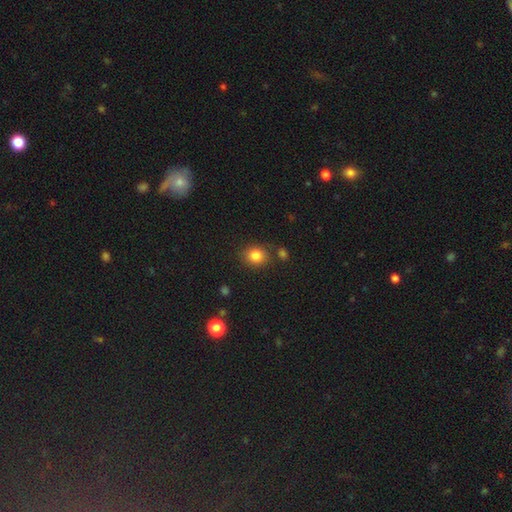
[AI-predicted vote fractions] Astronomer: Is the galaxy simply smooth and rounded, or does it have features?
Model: smooth — 84%.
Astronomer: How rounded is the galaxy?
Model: round — 75%.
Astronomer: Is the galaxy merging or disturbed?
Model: none — 80%.